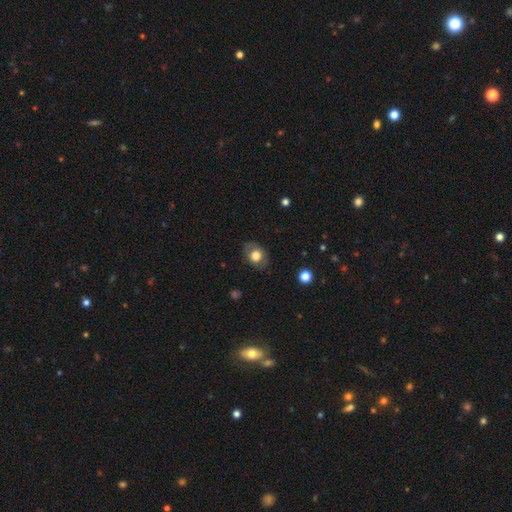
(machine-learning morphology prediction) Smooth or featured? smooth (72%)
How rounded? in between (56%)
Merging? none (79%)